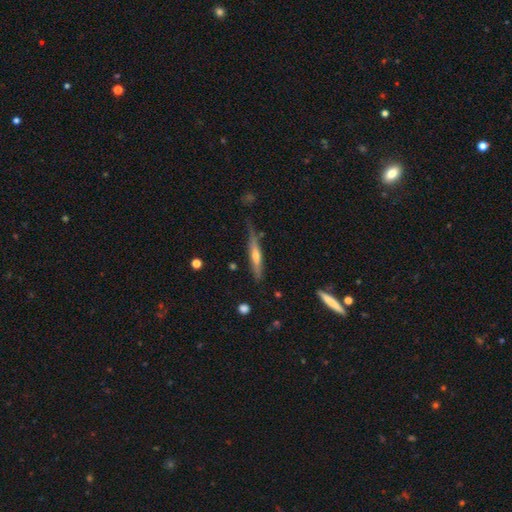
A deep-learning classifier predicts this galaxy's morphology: type=featured or disk (60%); edge-on=yes (94%); edge-on bulge=rounded (71%); merging=none (69%).